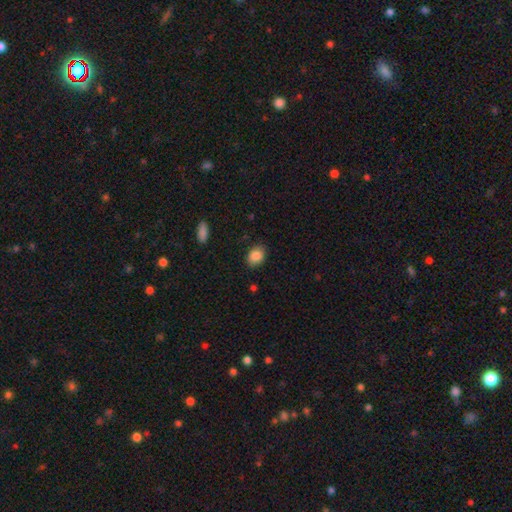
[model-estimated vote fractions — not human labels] Overall: smooth (86%). How rounded: in between (65%; round 34%). Merging: none (80%).